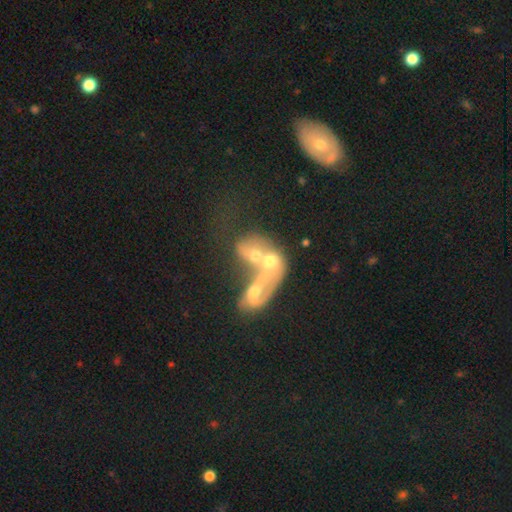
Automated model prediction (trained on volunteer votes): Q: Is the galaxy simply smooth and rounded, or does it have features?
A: featured or disk — 46%.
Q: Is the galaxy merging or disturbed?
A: merger — 80%.